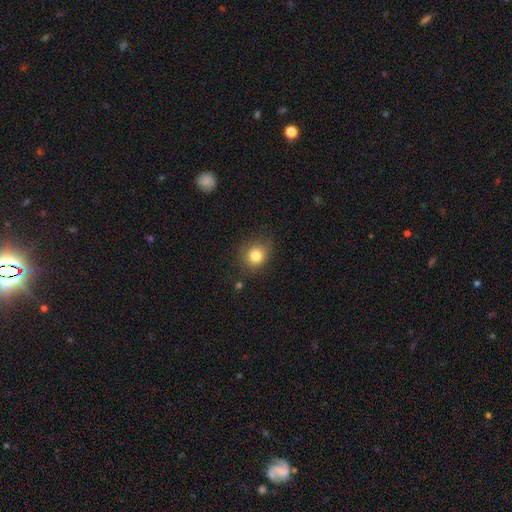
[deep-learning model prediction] A smooth galaxy with no disk features (80%) that is round (74%). Merging: none (73%).